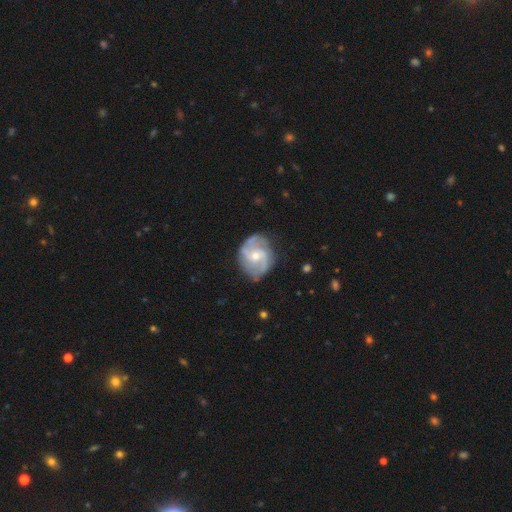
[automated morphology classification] Smooth or featured? featured or disk (86%)
Edge-on disk? no (98%)
Bar? no (51%)
Spiral arms? yes (96%)
Spiral winding? medium (51%)
Spiral arm count? 2 (63%)
Bulge size? moderate (52%)
Merging? none (73%)